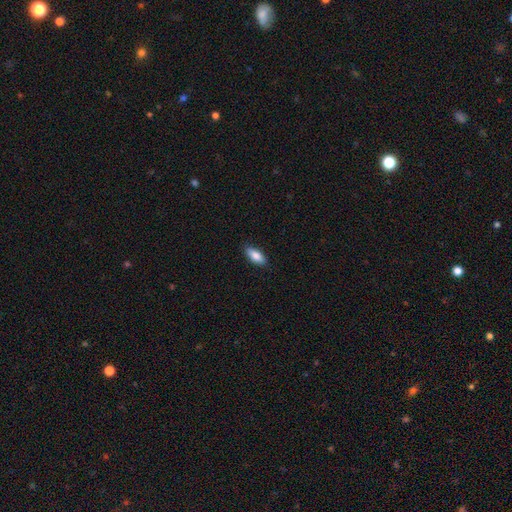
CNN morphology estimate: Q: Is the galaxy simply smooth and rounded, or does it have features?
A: smooth — 85%.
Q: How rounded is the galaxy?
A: in between — 81%.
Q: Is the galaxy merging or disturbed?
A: none — 84%.